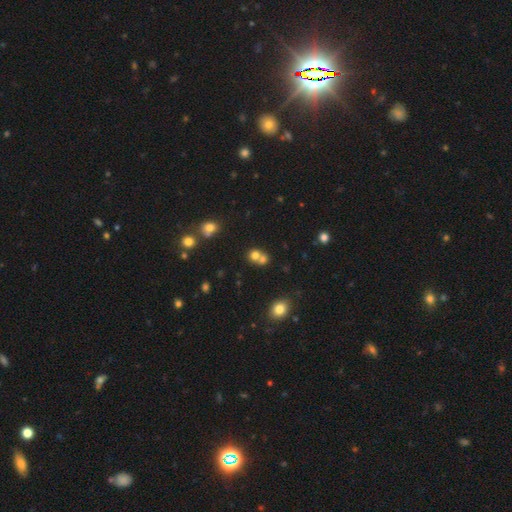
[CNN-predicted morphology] A smooth galaxy with no disk features (73%) that is round (79%).

Vote fractions:
- Smooth or featured? smooth: 73% / star or artifact: 16% / featured or disk: 12%
- How rounded? round: 79% / in between: 20% / cigar-shaped: 1%
- Merging? merger: 54% / none: 38% / minor disturbance: 6% / major disturbance: 3%